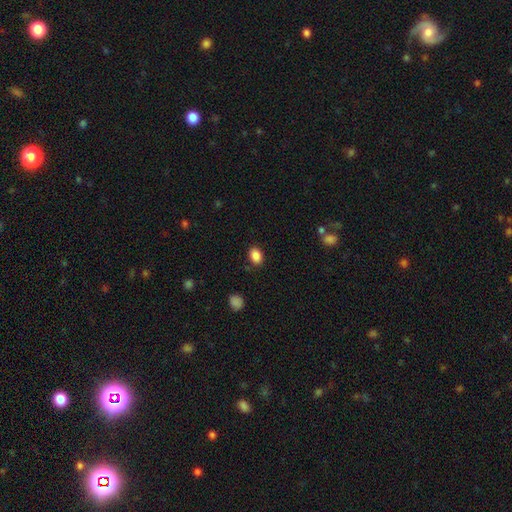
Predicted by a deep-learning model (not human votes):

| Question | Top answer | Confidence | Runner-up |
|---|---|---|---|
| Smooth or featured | smooth | 87% | star or artifact (9%) |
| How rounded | in between | 76% | round (23%) |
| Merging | none | 85% | minor disturbance (11%) |